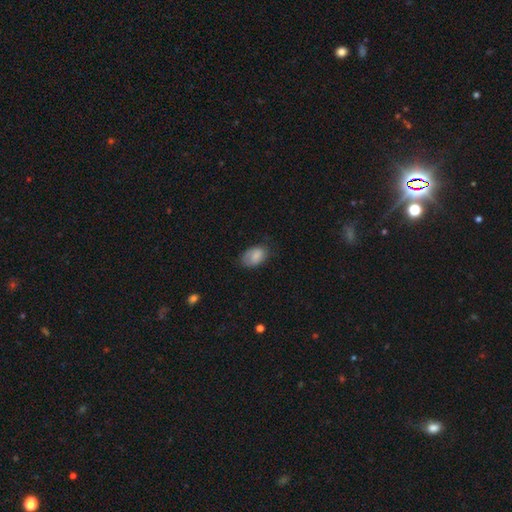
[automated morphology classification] smooth-or-featured: smooth: 78% | featured or disk: 14% | star or artifact: 7%
  how-rounded: in between: 88% | round: 11% | cigar-shaped: 1%
  merging: none: 63% | minor disturbance: 27% | major disturbance: 8% | merger: 1%